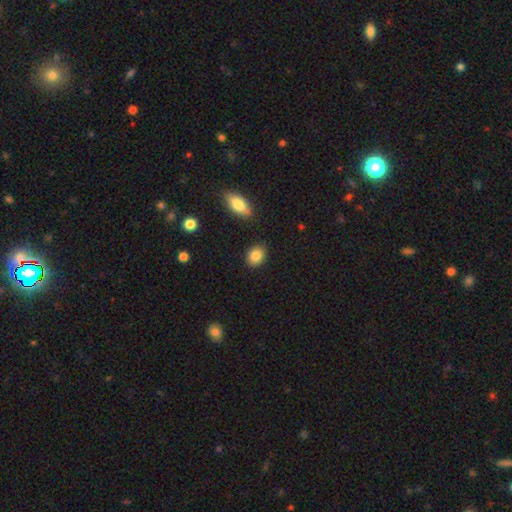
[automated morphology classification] smooth-or-featured: smooth: 86% | star or artifact: 8% | featured or disk: 6%
  how-rounded: in between: 52% | round: 47% | cigar-shaped: 2%
  merging: none: 87% | minor disturbance: 9% | merger: 2% | major disturbance: 2%